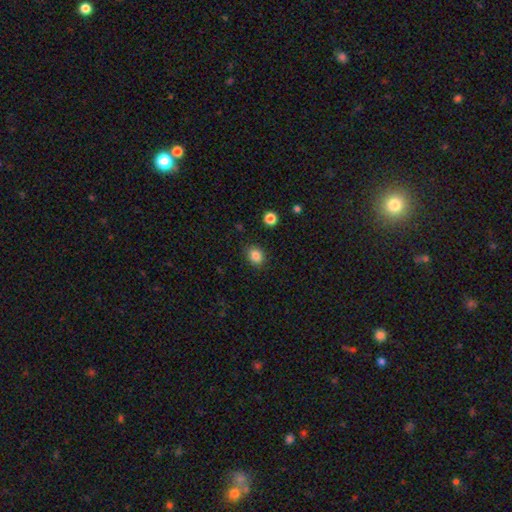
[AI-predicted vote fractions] Morphology: type=smooth (85%); roundness=round (56%); merging=none (87%).